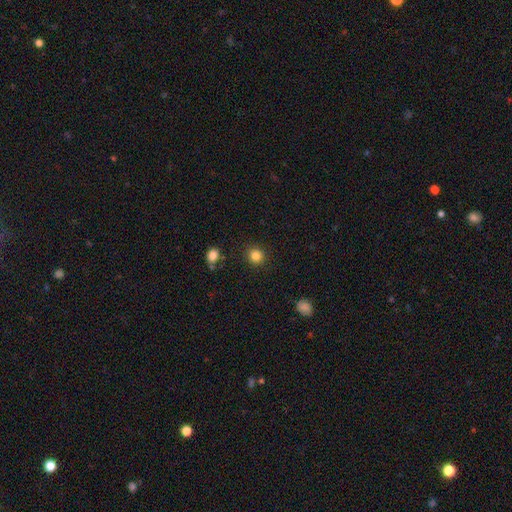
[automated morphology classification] smooth_or_featured: smooth (p=0.84) [alt: star or artifact p=0.11]
how_rounded: round (p=0.90) [alt: in between p=0.09]
merging: none (p=0.90) [alt: minor disturbance p=0.06]